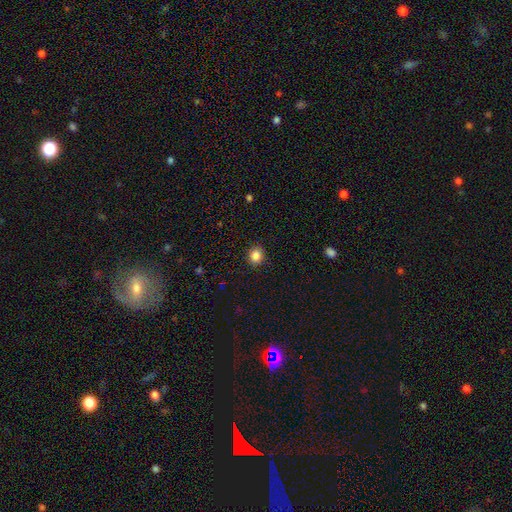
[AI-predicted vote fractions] Smooth or featured? Predicted: smooth (p=0.86). How rounded? Predicted: round (p=0.73). Merging? Predicted: none (p=0.90).